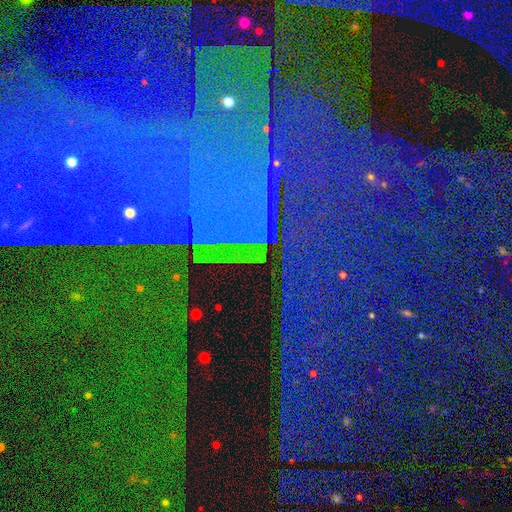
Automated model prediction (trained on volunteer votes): smooth_or_featured: star or artifact (p=0.87) [alt: featured or disk p=0.07]